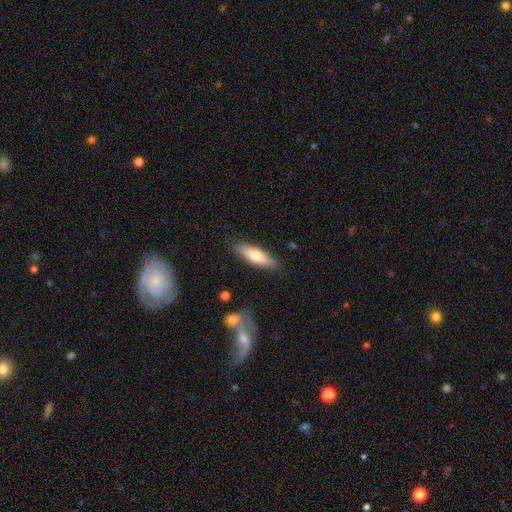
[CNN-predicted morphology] Q: Smooth or featured?
A: smooth (68%); runner-up: featured or disk (26%)
Q: How rounded?
A: cigar-shaped (53%); runner-up: in between (45%)
Q: Merging?
A: none (86%); runner-up: minor disturbance (11%)